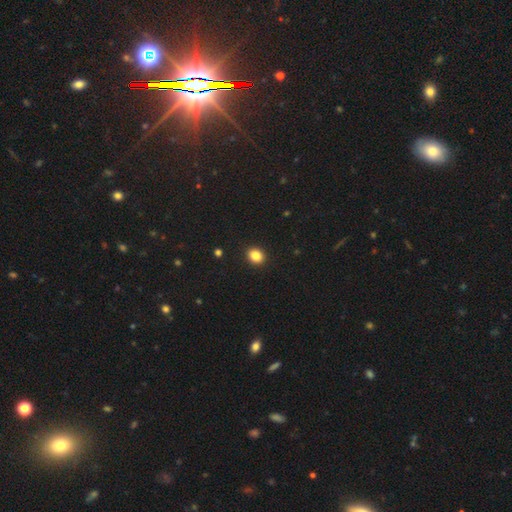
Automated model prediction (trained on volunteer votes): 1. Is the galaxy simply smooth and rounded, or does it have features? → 85% smooth, 11% star or artifact, 5% featured or disk.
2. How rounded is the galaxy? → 63% round, 36% in between, 1% cigar-shaped.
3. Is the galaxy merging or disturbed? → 92% none, 5% minor disturbance, 2% major disturbance, 1% merger.